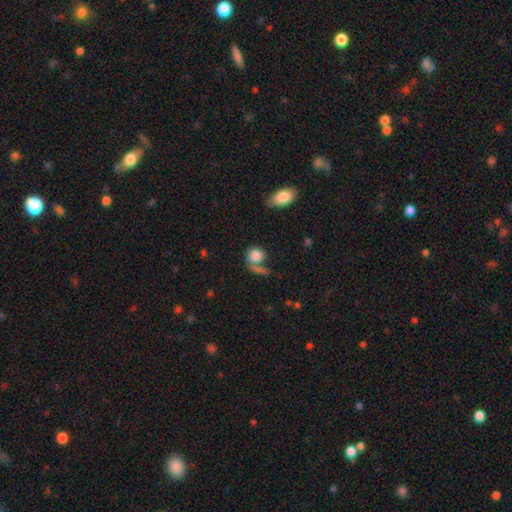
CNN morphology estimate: smooth-or-featured: smooth: 82% | featured or disk: 10% | star or artifact: 8%
  how-rounded: round: 72% | in between: 26% | cigar-shaped: 2%
  merging: none: 46% | merger: 28% | minor disturbance: 14% | major disturbance: 11%